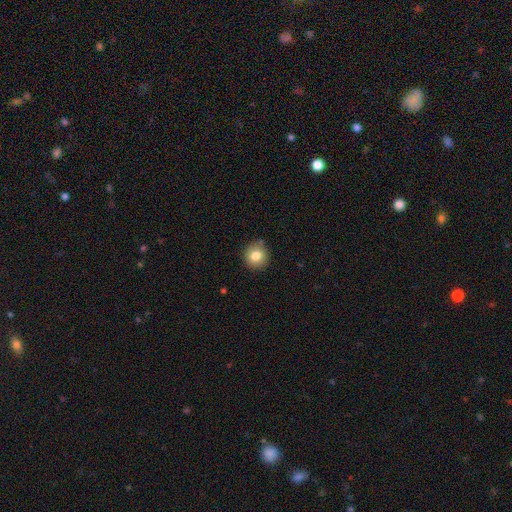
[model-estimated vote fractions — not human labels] Smooth or featured: smooth — 82% (star or artifact — 10%)
How rounded: round — 90% (in between — 9%)
Merging: none — 84% (minor disturbance — 11%)